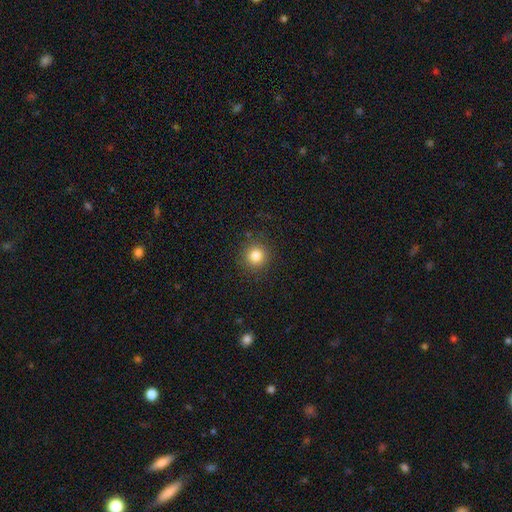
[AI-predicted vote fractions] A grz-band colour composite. It shows a smooth galaxy with no disk features (82%) that is round (93%). Merging: none (90%).